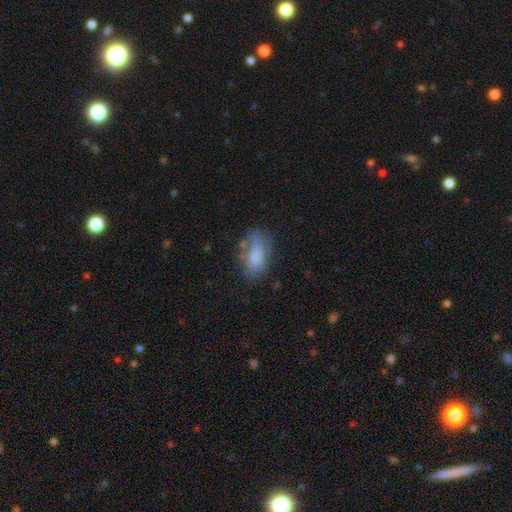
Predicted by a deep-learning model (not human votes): This is likely a smooth galaxy (71%). How rounded: clearly in between (87%). Merging: possibly none (54%).